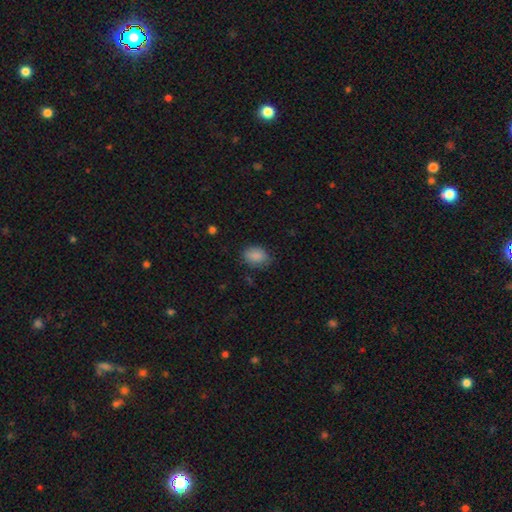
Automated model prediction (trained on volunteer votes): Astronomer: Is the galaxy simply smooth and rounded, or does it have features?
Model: smooth — 88%.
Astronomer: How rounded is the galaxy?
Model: in between — 76%.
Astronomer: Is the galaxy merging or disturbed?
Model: none — 74%.